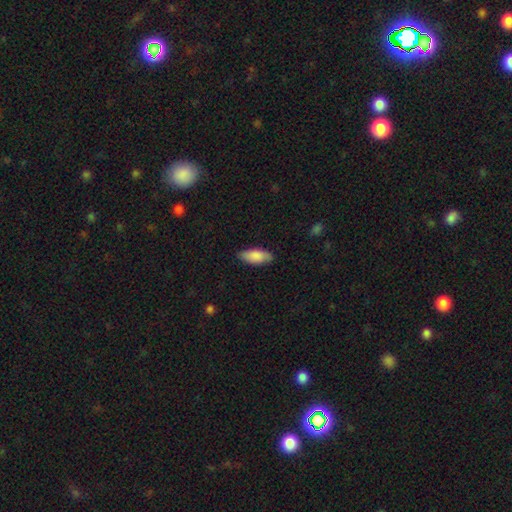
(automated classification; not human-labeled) smooth-or-featured: smooth: 85% | featured or disk: 10% | star or artifact: 6%
  how-rounded: in between: 83% | cigar-shaped: 15% | round: 2%
  merging: none: 83% | minor disturbance: 14% | major disturbance: 2% | merger: 1%